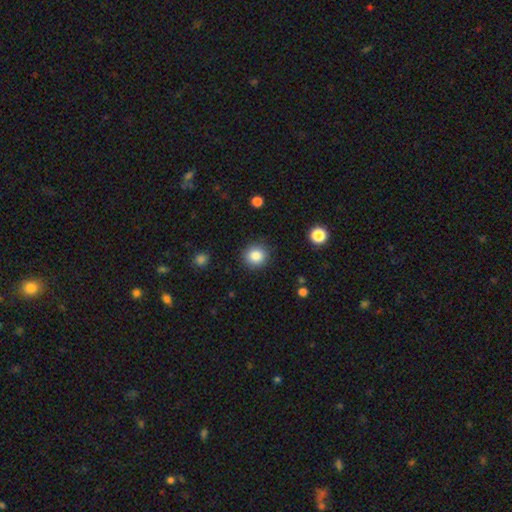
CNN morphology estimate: Smooth or featured? smooth (86%)
How rounded? round (91%)
Merging? none (88%)